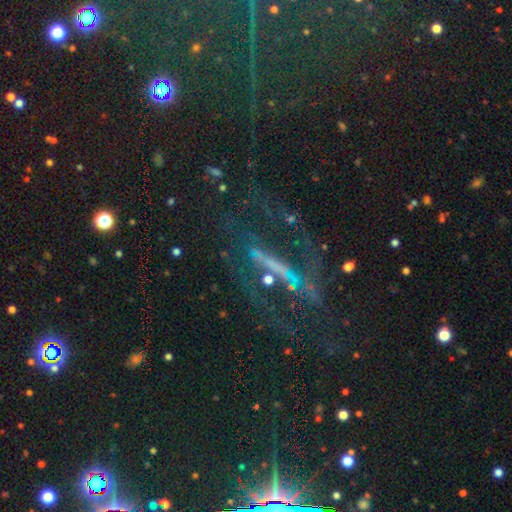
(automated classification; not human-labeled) star or artifact 51%, featured or disk 33%, smooth 16%.